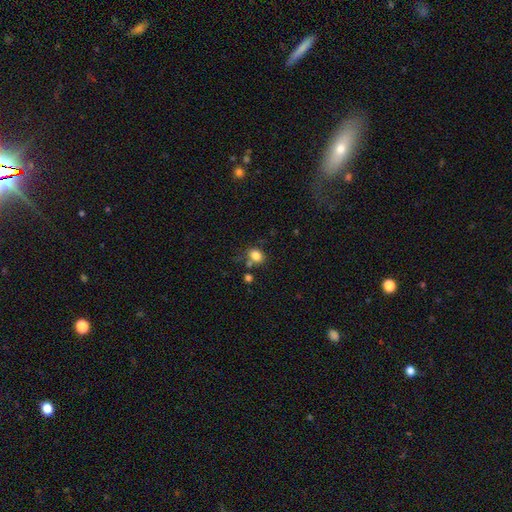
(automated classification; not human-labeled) smooth_or_featured: smooth (p=0.81) [alt: star or artifact p=0.11]
how_rounded: in between (p=0.59) [alt: round p=0.39]
merging: none (p=0.58) [alt: merger p=0.18]